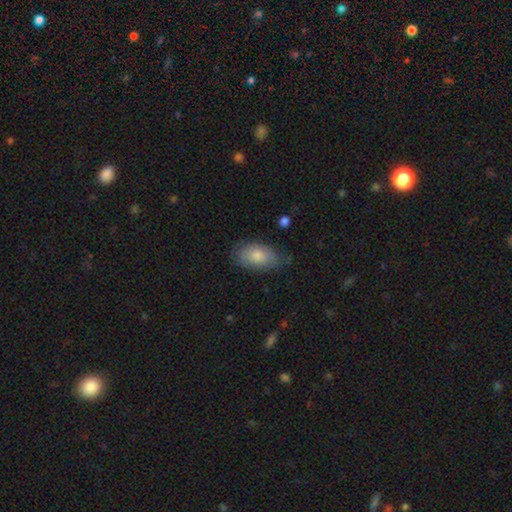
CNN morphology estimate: Smooth or featured: smooth — 79% (featured or disk — 14%)
How rounded: in between — 93% (round — 4%)
Merging: none — 78% (minor disturbance — 18%)